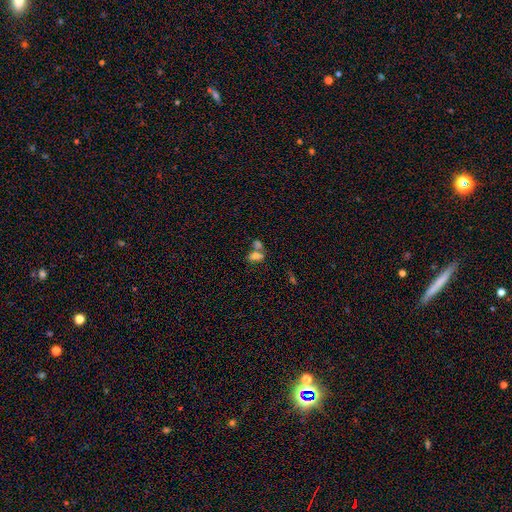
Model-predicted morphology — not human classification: smooth 73%, featured or disk 15%, star or artifact 12%. Down the decision tree: how rounded — in between (84%); merging — merger (50%).